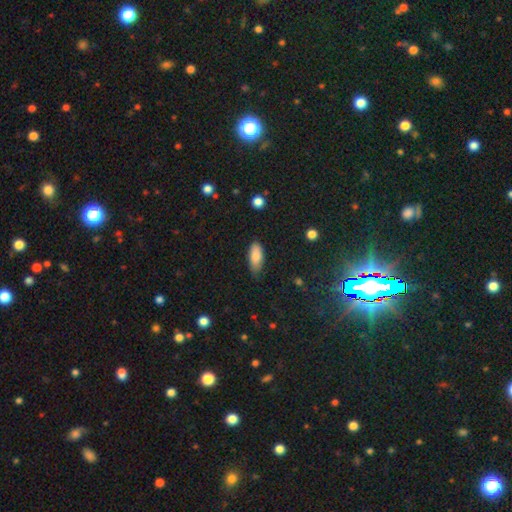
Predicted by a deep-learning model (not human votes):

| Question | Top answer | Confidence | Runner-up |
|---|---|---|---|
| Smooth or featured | smooth | 82% | featured or disk (11%) |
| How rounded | in between | 85% | cigar-shaped (13%) |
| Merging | none | 68% | minor disturbance (27%) |